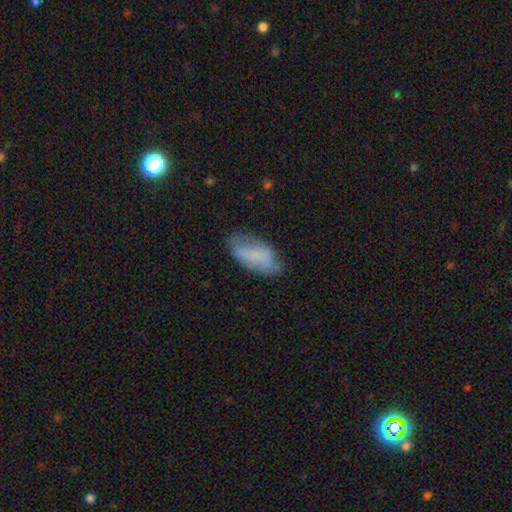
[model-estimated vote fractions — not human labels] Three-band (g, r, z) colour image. It shows a smooth galaxy with no disk features (65%) that is in between round and cigar-shaped (91%). Merging: none (54%).